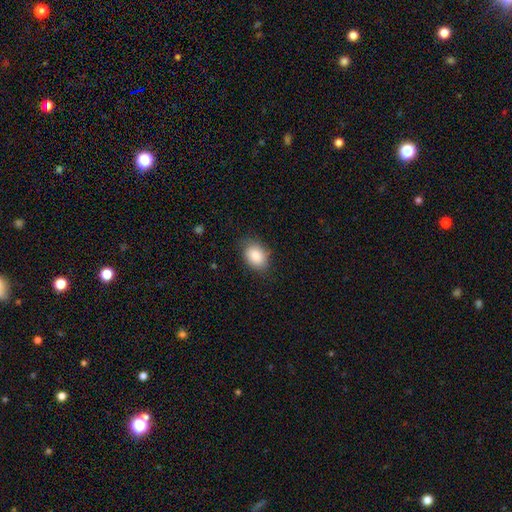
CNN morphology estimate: smooth_or_featured: smooth (p=0.86) [alt: star or artifact p=0.07]
how_rounded: in between (p=0.77) [alt: round p=0.22]
merging: none (p=0.75) [alt: minor disturbance p=0.20]